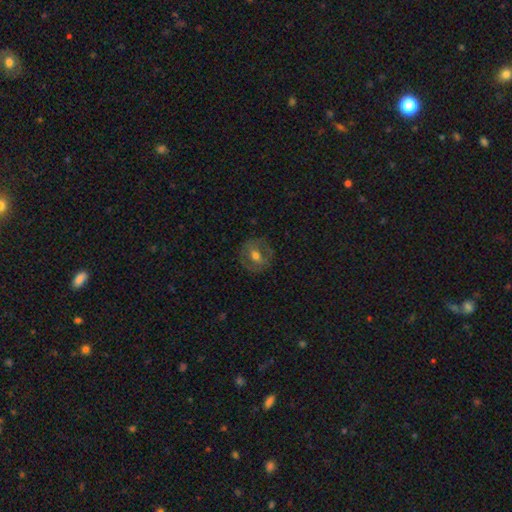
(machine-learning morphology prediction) The model was most divided on "smooth or featured": featured or disk: 48%, smooth: 43%, star or artifact: 9%. More confident: merging — none (80%).